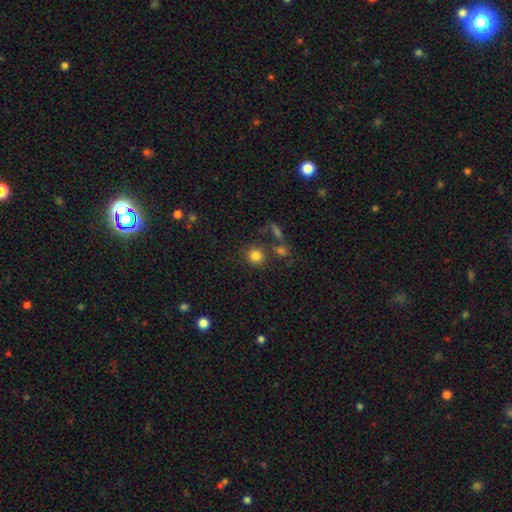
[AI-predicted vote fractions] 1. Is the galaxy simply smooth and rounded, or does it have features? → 82% smooth, 11% star or artifact, 7% featured or disk.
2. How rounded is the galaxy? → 87% round, 12% in between, 1% cigar-shaped.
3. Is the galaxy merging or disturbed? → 70% none, 14% merger, 10% minor disturbance, 6% major disturbance.